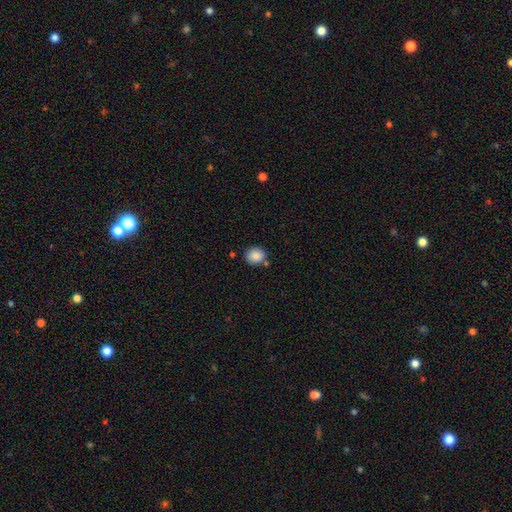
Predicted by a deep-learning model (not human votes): A smooth galaxy with no disk features (87%) that is round (76%). Merging: none (78%).